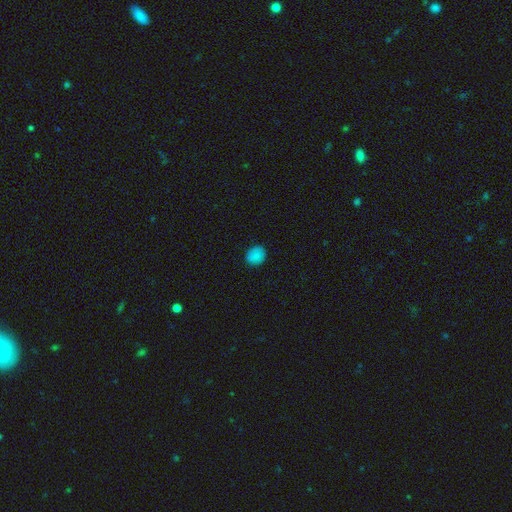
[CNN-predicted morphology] Smooth or featured?
  - smooth: 84% *
  - star or artifact: 11%
  - featured or disk: 5%
How rounded?
  - round: 68% *
  - in between: 31%
  - cigar-shaped: 1%
Merging?
  - none: 87% *
  - minor disturbance: 10%
  - major disturbance: 2%
  - merger: 1%